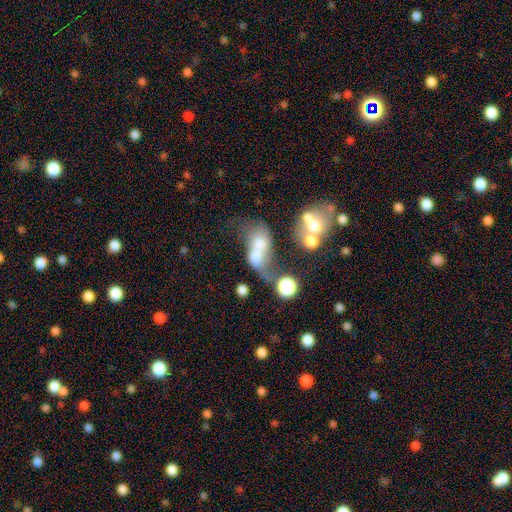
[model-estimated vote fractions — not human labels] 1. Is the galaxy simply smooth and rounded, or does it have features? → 53% smooth, 34% featured or disk, 14% star or artifact.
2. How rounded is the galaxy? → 72% in between, 23% round, 5% cigar-shaped.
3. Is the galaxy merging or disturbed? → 63% merger, 16% major disturbance, 12% none, 8% minor disturbance.